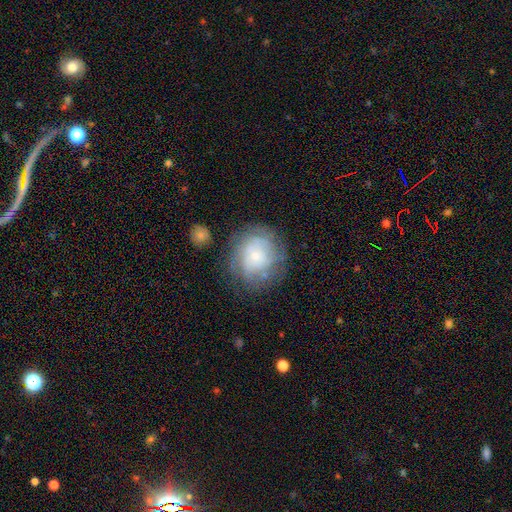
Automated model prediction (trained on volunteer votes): Overall: smooth (47%; featured or disk 44%). Merging: none (66%).